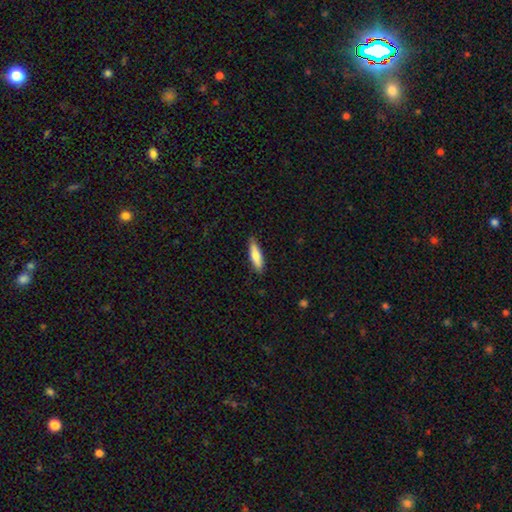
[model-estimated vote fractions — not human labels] This is likely a smooth galaxy (75%). How rounded: likely cigar-shaped (70%). Merging: clearly none (85%).